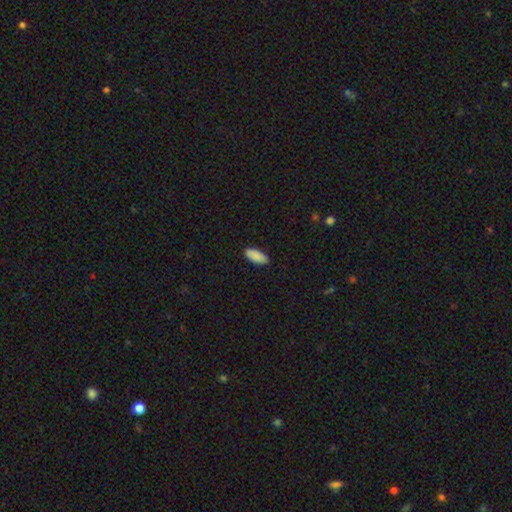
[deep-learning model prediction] Smooth or featured: smooth — 90% (star or artifact — 6%)
How rounded: in between — 89% (cigar-shaped — 10%)
Merging: none — 90% (minor disturbance — 8%)